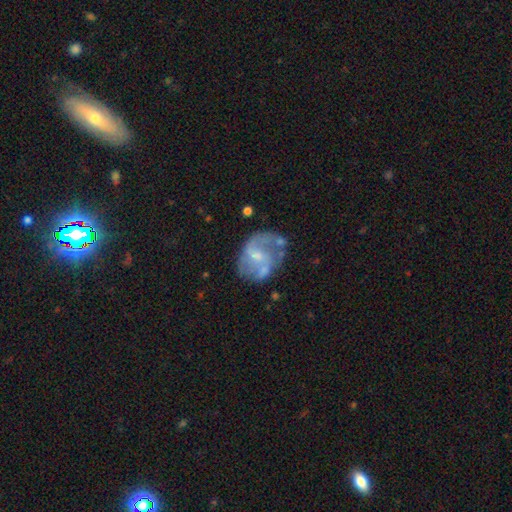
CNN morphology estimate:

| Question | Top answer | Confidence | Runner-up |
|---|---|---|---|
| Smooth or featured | featured or disk | 75% | smooth (17%) |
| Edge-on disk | no | 98% | yes (2%) |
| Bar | weak | 49% | no (39%) |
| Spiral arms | yes | 78% | no (22%) |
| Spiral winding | medium | 43% | loose (40%) |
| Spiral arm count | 2 | 63% | can't tell (18%) |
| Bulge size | small | 49% | moderate (35%) |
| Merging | none | 51% | minor disturbance (21%) |